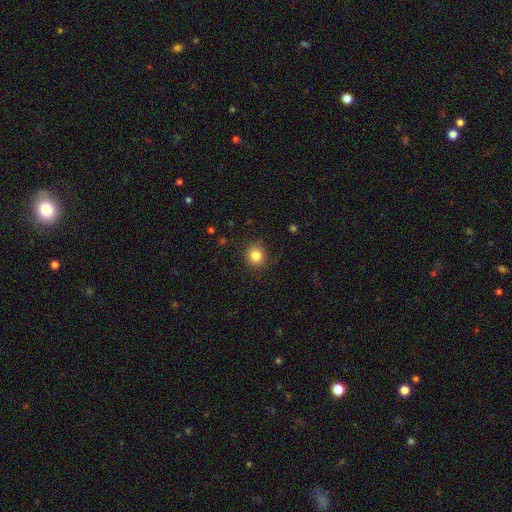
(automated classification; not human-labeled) smooth 84%, star or artifact 11%, featured or disk 5%. Down the decision tree: how rounded — round (86%); merging — none (88%).